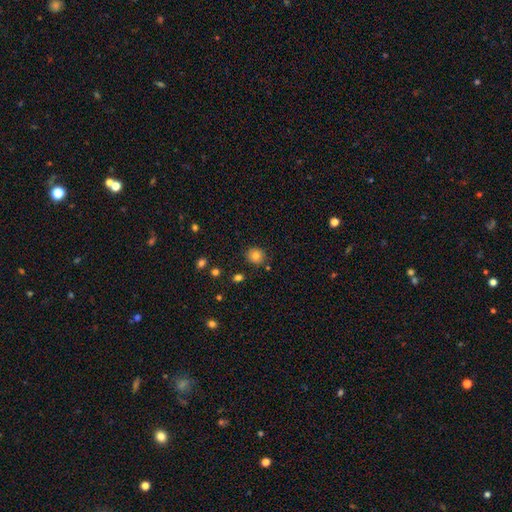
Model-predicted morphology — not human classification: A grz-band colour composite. It shows a smooth galaxy with no disk features (80%) that is round (79%). Merging: none (84%).